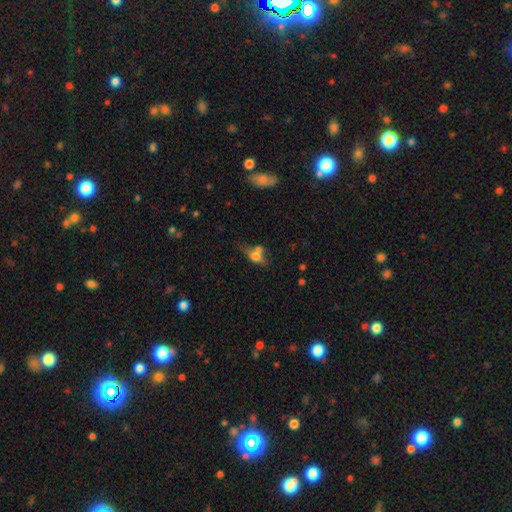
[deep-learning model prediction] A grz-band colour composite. It shows a smooth galaxy with no disk features (62%) that is in between round and cigar-shaped (65%). Merging: none (38%).